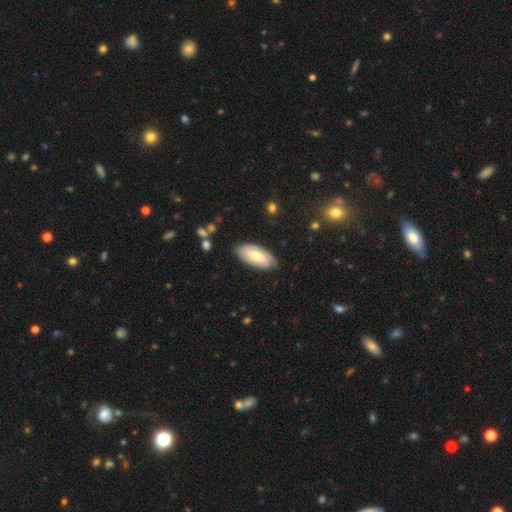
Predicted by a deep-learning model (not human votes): The model was most divided on "smooth or featured": smooth: 50%, featured or disk: 44%, star or artifact: 6%. More confident: how rounded — in between (90%); merging — none (79%).